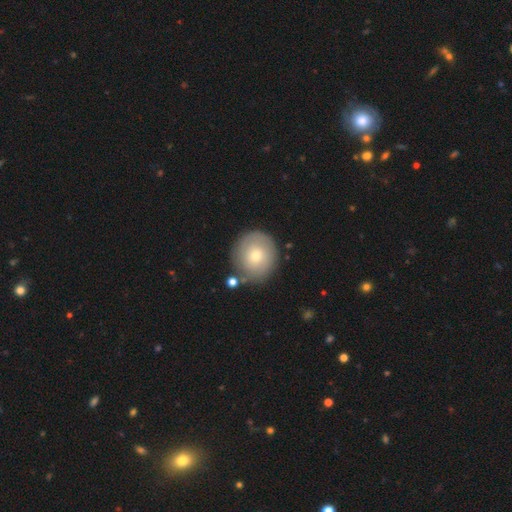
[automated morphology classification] Smooth or featured?
  - smooth: 61% *
  - featured or disk: 31%
  - star or artifact: 8%
How rounded?
  - round: 89% *
  - in between: 10%
  - cigar-shaped: 1%
Merging?
  - none: 78% *
  - minor disturbance: 13%
  - merger: 5%
  - major disturbance: 4%